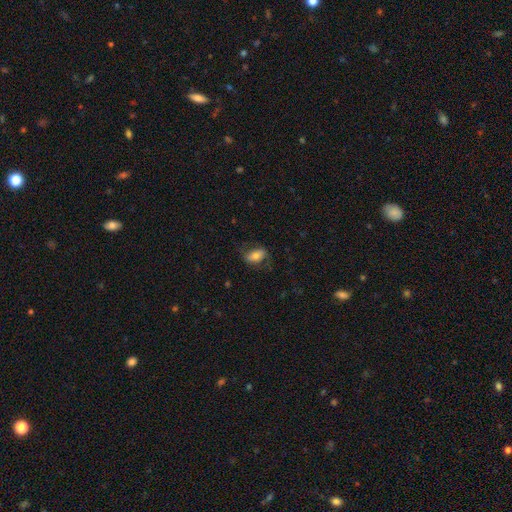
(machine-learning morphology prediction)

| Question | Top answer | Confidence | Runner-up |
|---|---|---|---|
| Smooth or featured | smooth | 62% | featured or disk (30%) |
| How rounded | in between | 87% | round (9%) |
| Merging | none | 67% | minor disturbance (20%) |